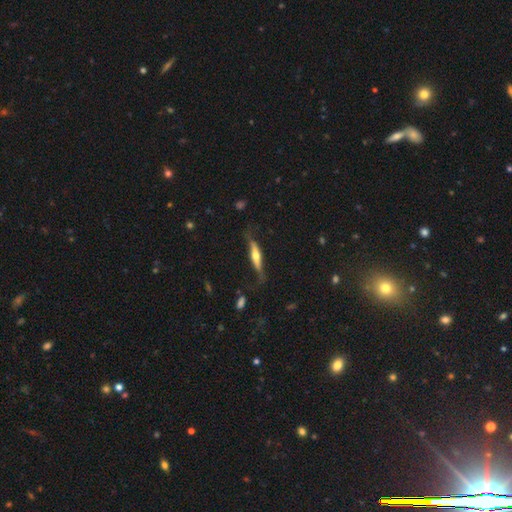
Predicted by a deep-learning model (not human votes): A featured or disk galaxy (60%) viewed edge-on (90%) with a rounded central bulge (86%). Merging: none (64%).